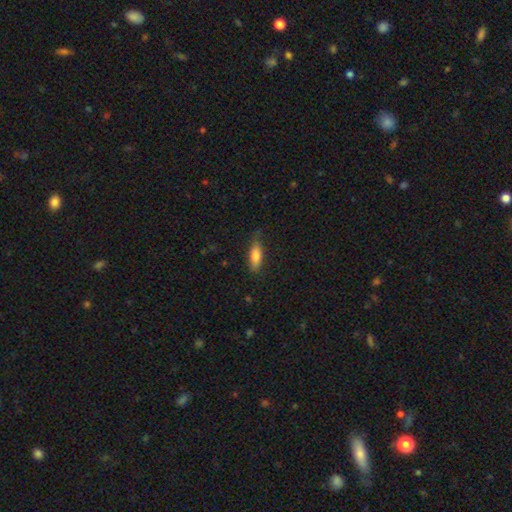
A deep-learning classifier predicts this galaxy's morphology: smooth-or-featured: smooth: 76% | featured or disk: 18% | star or artifact: 6%
  how-rounded: in between: 58% | cigar-shaped: 40% | round: 2%
  merging: none: 73% | minor disturbance: 22% | major disturbance: 4% | merger: 1%